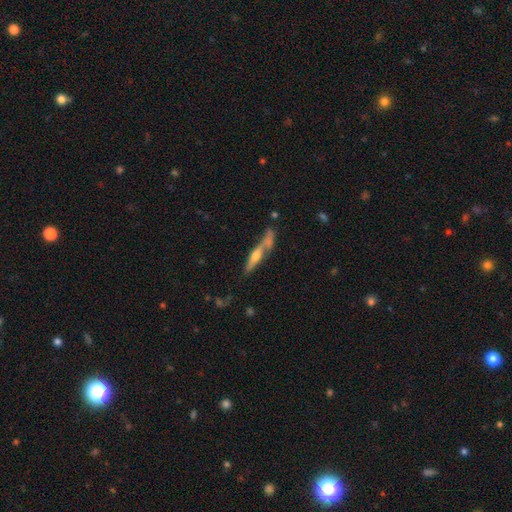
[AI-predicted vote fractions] Smooth or featured: featured or disk — 54% (smooth — 39%)
Edge-on disk: yes — 85% (no — 15%)
Merging: none — 46% (merger — 25%)